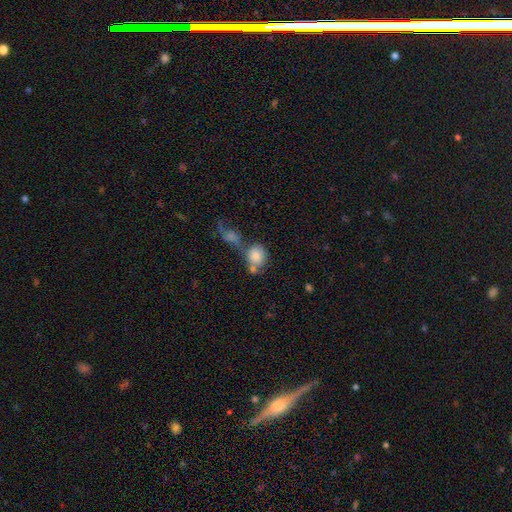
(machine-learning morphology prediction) A smooth galaxy with no disk features (79%) that is round (67%).

Vote fractions:
- Smooth or featured? smooth: 79% / featured or disk: 12% / star or artifact: 8%
- How rounded? round: 67% / in between: 32% / cigar-shaped: 1%
- Merging? merger: 42% / none: 38% / minor disturbance: 13% / major disturbance: 8%